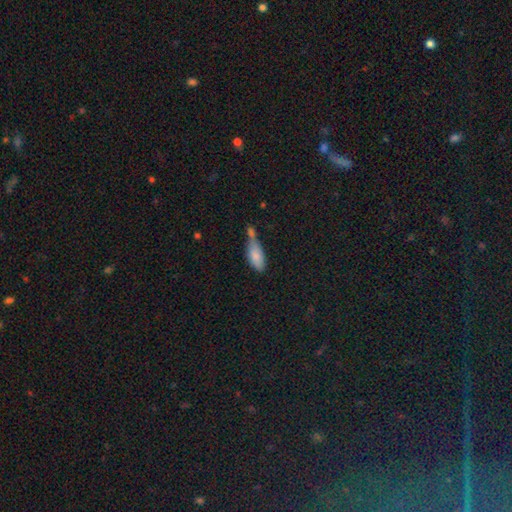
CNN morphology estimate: This appears to be a smooth galaxy with no disk features (81%) that is in between round and cigar-shaped (82%). Merging: merger (42%).